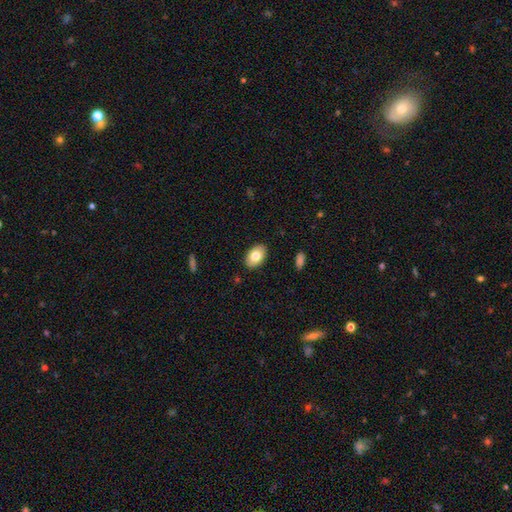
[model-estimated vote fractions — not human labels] Smooth or featured?
  - smooth: 78% *
  - featured or disk: 15%
  - star or artifact: 7%
How rounded?
  - in between: 90% *
  - round: 9%
  - cigar-shaped: 1%
Merging?
  - none: 88% *
  - minor disturbance: 9%
  - major disturbance: 2%
  - merger: 1%